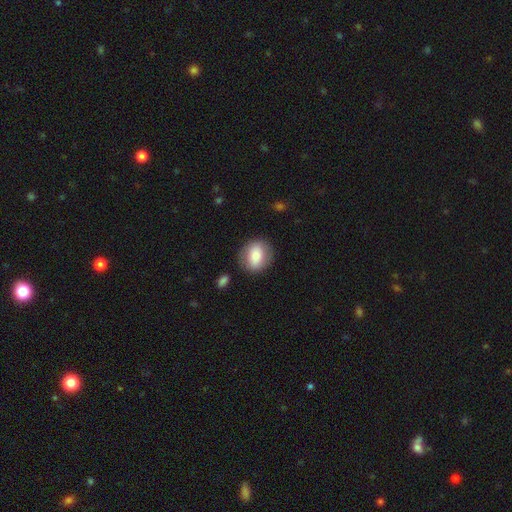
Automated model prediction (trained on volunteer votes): smooth 75%, featured or disk 18%, star or artifact 7%. Down the decision tree: how rounded — round (59%); merging — none (83%).